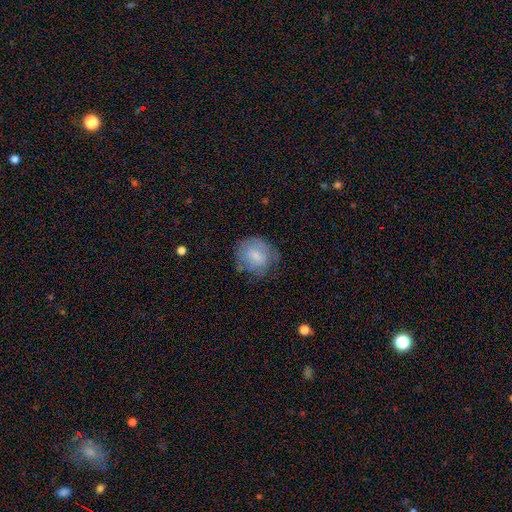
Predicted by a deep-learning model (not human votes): smooth_or_featured: smooth (p=0.64) [alt: featured or disk p=0.28]
how_rounded: round (p=0.75) [alt: in between p=0.24]
merging: none (p=0.58) [alt: minor disturbance p=0.27]